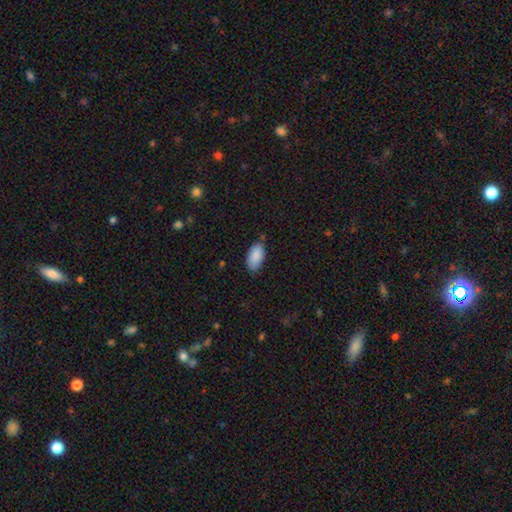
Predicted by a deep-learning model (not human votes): smooth-or-featured: smooth: 89% | star or artifact: 6% | featured or disk: 5%
  how-rounded: in between: 94% | cigar-shaped: 3% | round: 3%
  merging: none: 74% | minor disturbance: 21% | major disturbance: 3% | merger: 2%